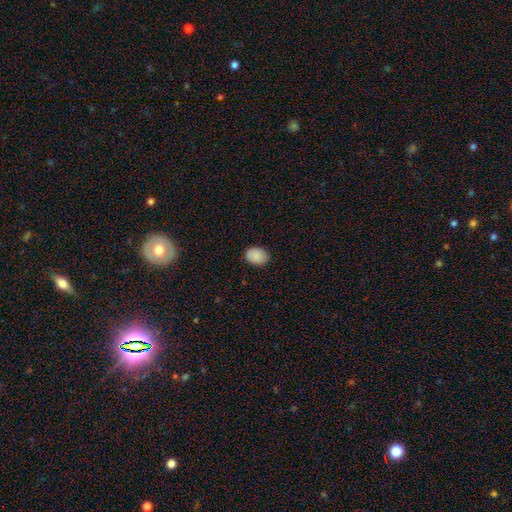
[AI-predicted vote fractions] Morphology: type=smooth (90%); roundness=in between (75%); merging=none (87%).